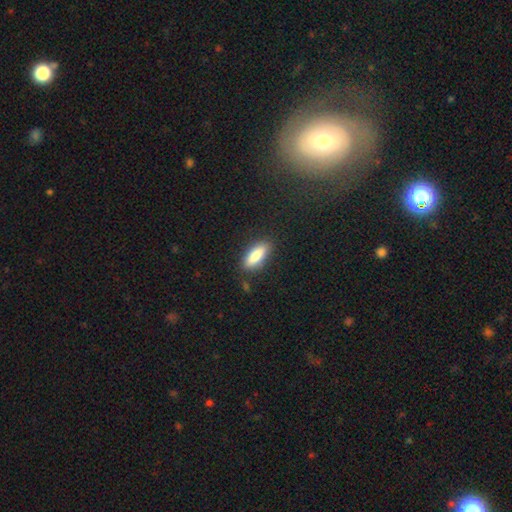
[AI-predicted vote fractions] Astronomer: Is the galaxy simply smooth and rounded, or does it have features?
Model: smooth — 82%.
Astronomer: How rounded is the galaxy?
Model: in between — 65%.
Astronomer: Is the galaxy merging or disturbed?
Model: none — 85%.